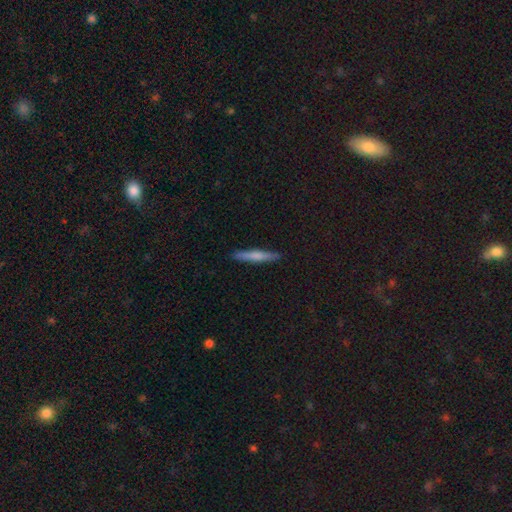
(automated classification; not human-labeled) This appears to be a smooth galaxy with no disk features (60%) that is cigar-shaped (94%). Merging: none (91%).